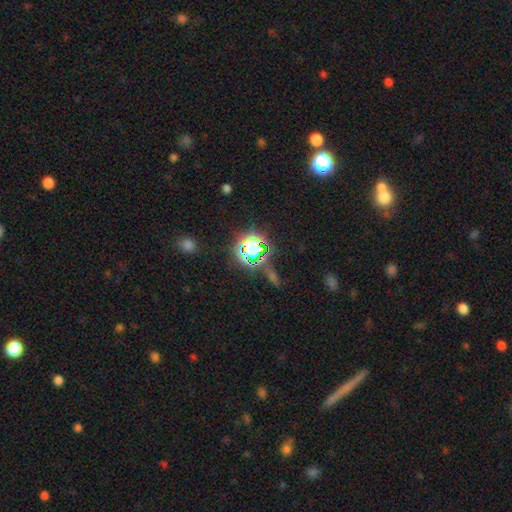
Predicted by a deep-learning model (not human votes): Overall: star or artifact (64%; smooth 26%).